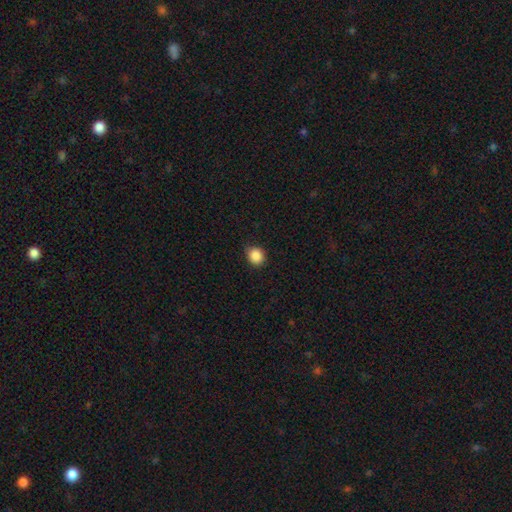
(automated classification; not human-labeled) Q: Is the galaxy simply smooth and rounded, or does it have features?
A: smooth — 88%.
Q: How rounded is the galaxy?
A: round — 76%.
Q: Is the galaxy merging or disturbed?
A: none — 84%.